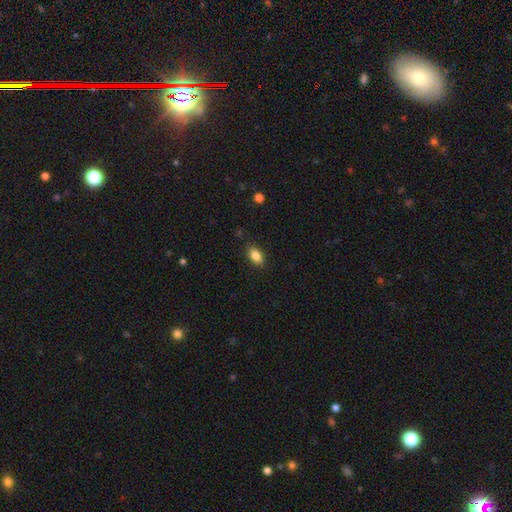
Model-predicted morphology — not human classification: Smooth or featured? smooth (86%)
How rounded? in between (89%)
Merging? none (86%)